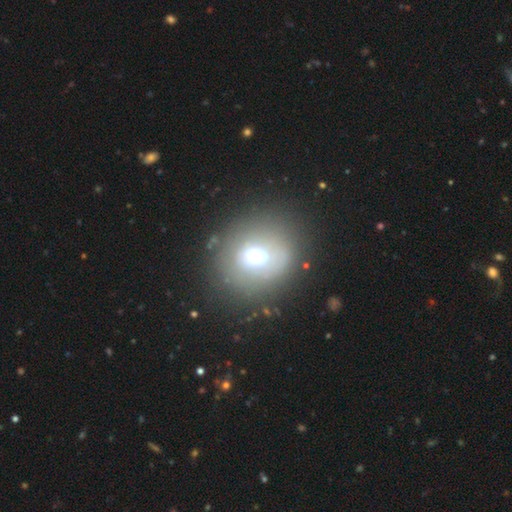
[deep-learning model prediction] Q: Smooth or featured?
A: smooth (56%); runner-up: featured or disk (26%)
Q: How rounded?
A: round (79%); runner-up: in between (20%)
Q: Merging?
A: none (74%); runner-up: minor disturbance (14%)